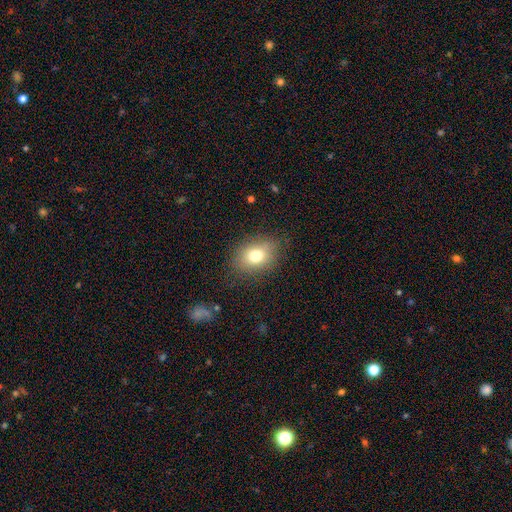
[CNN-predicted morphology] This appears to be a smooth galaxy with no disk features (76%) that is in between round and cigar-shaped (65%). Merging: none (80%).